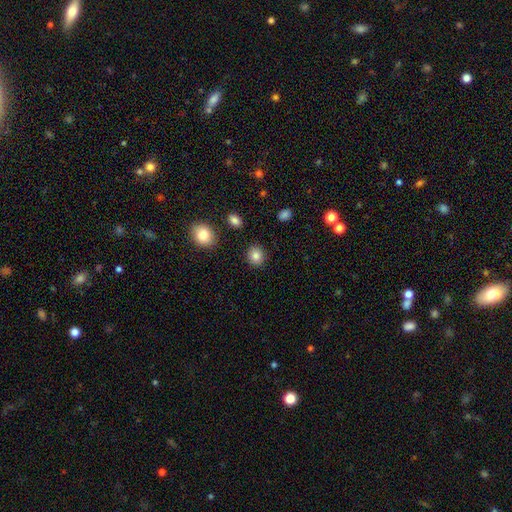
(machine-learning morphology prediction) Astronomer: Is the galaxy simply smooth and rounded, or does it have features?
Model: smooth — 84%.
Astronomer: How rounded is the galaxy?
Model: round — 79%.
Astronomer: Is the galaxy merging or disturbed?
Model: none — 90%.